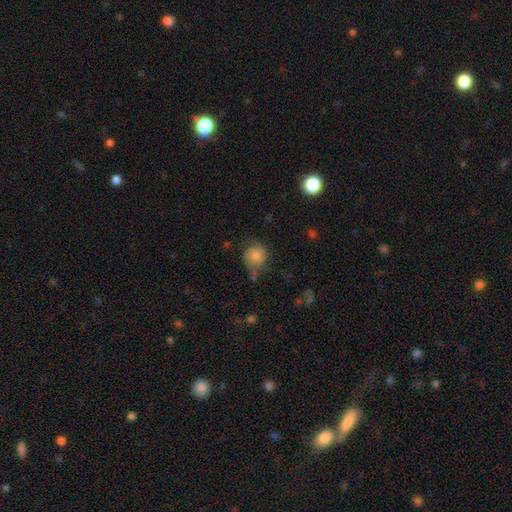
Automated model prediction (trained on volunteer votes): This is likely a smooth galaxy (69%). How rounded: likely round (80%). Merging: possibly none (46%).